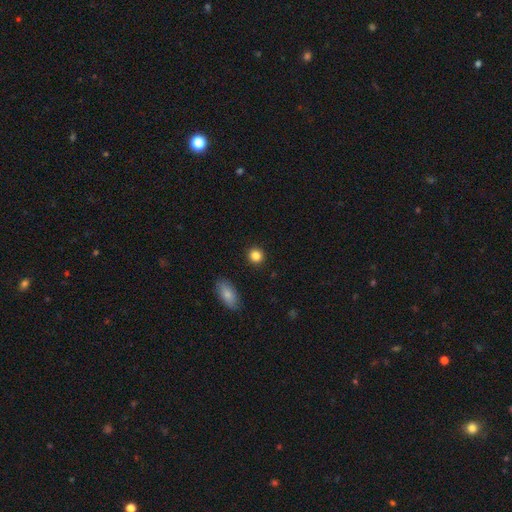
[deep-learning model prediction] smooth 85%, star or artifact 10%, featured or disk 5%. Down the decision tree: how rounded — round (88%); merging — none (91%).